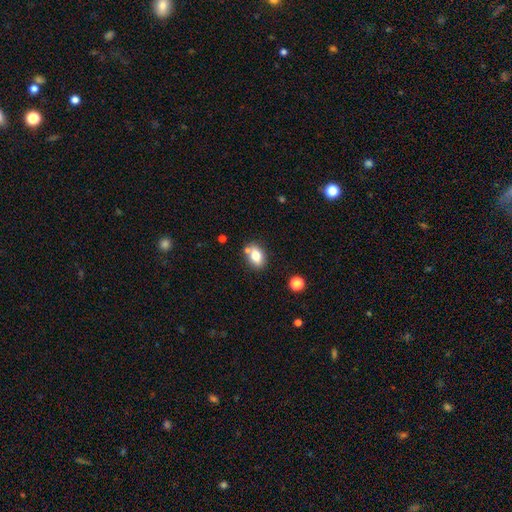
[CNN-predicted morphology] Q: Smooth or featured?
A: smooth (76%); runner-up: featured or disk (14%)
Q: How rounded?
A: in between (74%); runner-up: round (24%)
Q: Merging?
A: none (72%); runner-up: minor disturbance (13%)